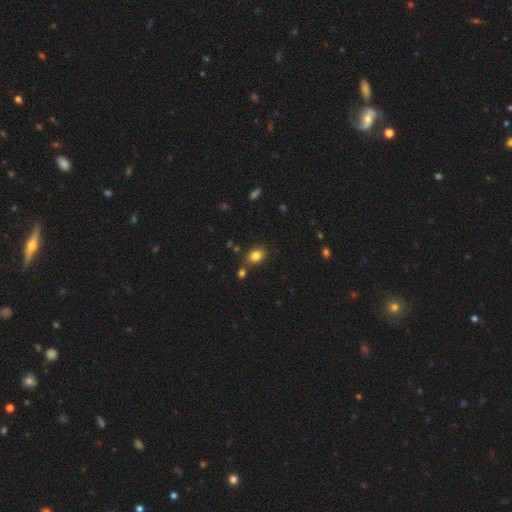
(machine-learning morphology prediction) This is clearly a smooth galaxy (83%). How rounded: likely in between (78%). Merging: likely none (77%).